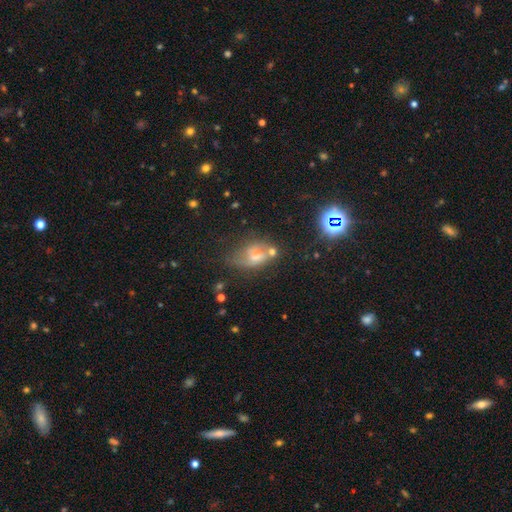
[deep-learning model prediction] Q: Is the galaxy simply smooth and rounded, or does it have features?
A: smooth — 42%.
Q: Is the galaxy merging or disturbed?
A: none — 40%.